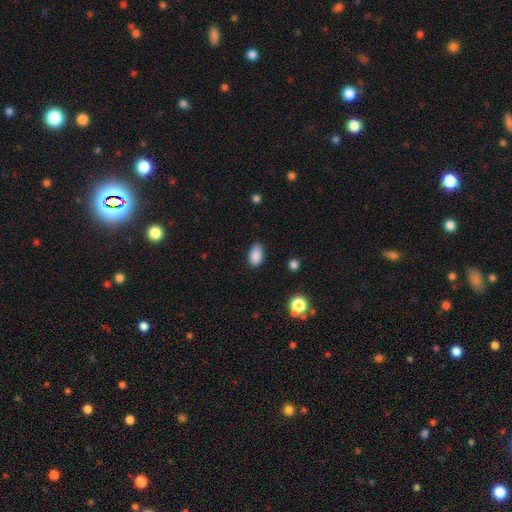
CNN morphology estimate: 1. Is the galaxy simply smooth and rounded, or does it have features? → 88% smooth, 9% star or artifact, 4% featured or disk.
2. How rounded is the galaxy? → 92% in between, 6% round, 2% cigar-shaped.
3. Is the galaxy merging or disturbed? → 83% none, 13% minor disturbance, 3% major disturbance, 1% merger.